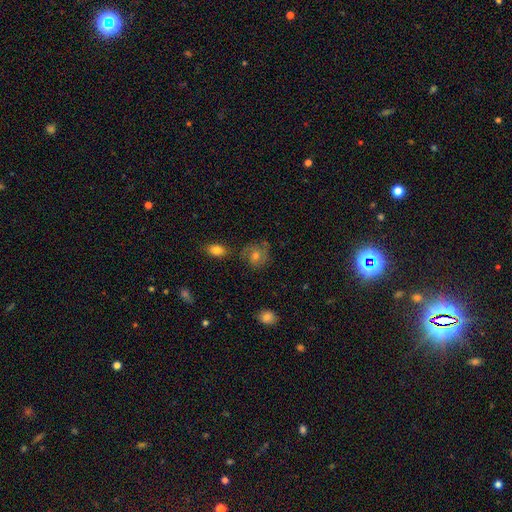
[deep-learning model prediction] Morphology: type=smooth (49%); merging=none (67%).